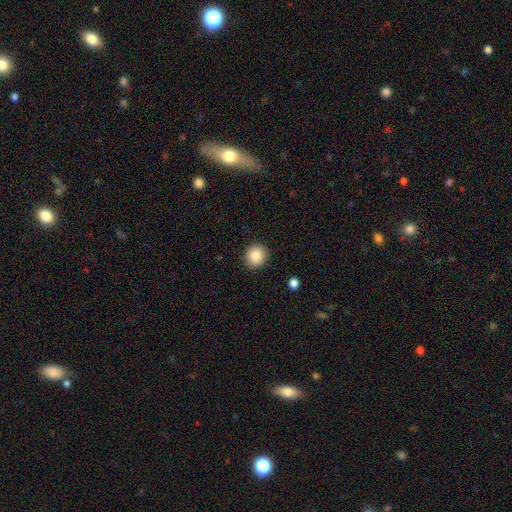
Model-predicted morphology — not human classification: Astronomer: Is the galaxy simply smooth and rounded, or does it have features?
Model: smooth — 86%.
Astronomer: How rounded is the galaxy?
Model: round — 87%.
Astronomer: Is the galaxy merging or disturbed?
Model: none — 91%.